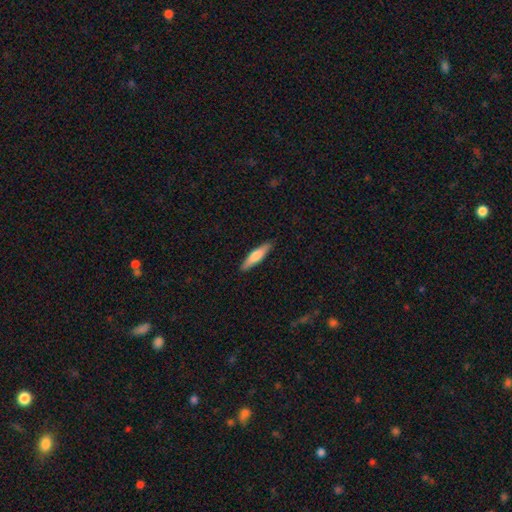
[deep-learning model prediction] A smooth galaxy with no disk features (66%) that is cigar-shaped (81%). Merging: none (90%).